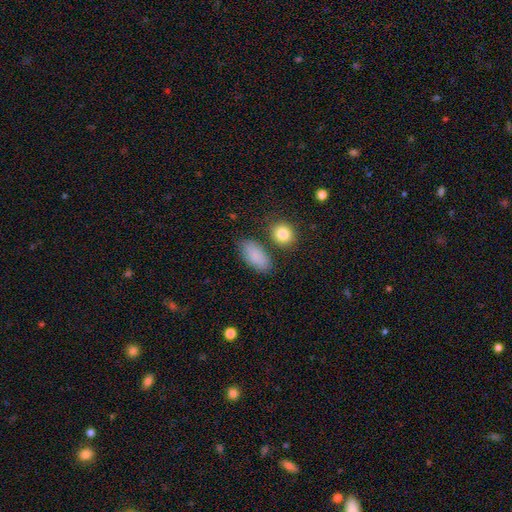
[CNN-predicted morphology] Overall: smooth (86%). How rounded: in between (90%). Merging: none (74%).